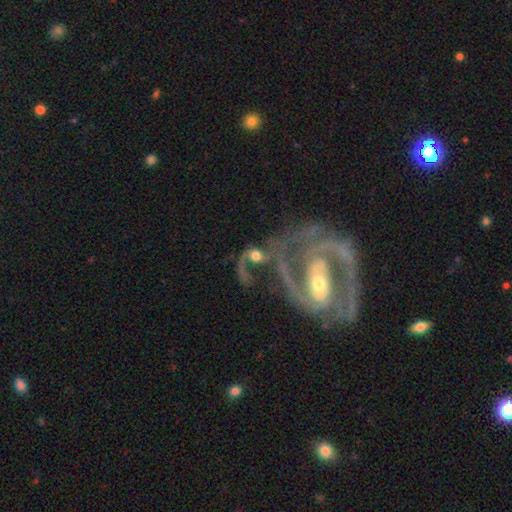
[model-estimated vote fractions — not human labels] This appears to be a featured or disk galaxy (66%) with no bar (64%), 2 (63%) loose (57%) spiral arms (81%) and a moderate central bulge (53%). Merging: merger (41%).